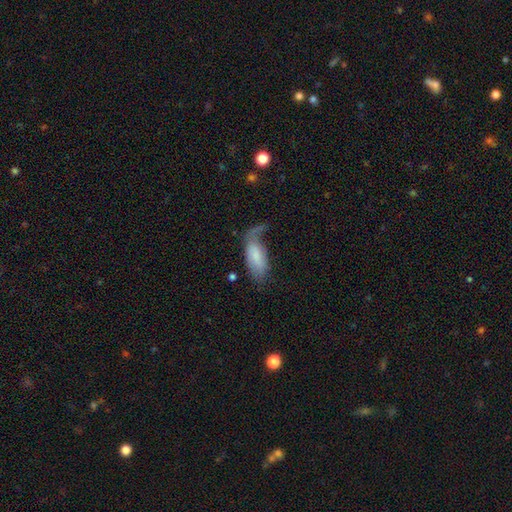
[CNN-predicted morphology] type=smooth (67%); roundness=in between (85%); merging=major disturbance (36%).